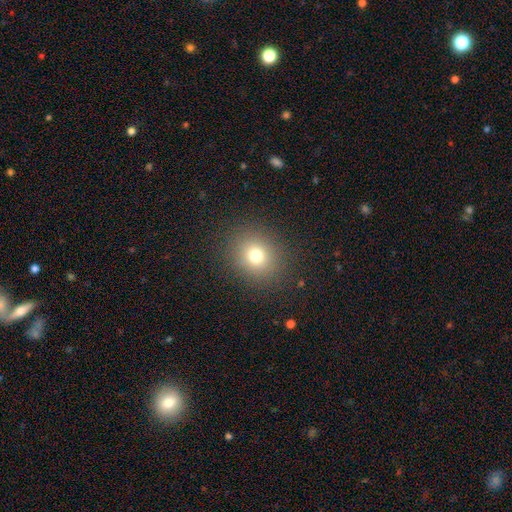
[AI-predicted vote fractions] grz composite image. It shows a smooth galaxy with no disk features (74%) that is round (77%). Merging: none (88%).